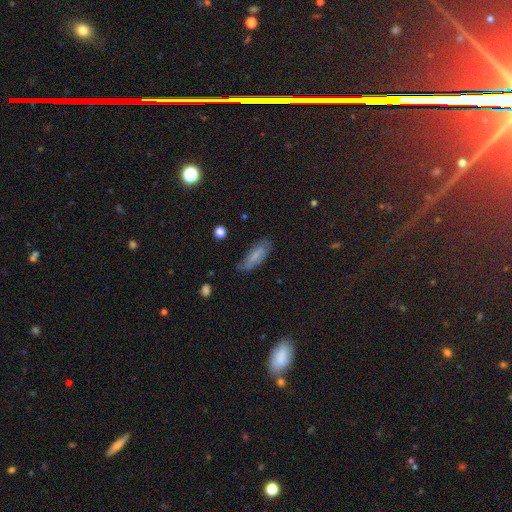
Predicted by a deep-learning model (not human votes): Smooth or featured? Predicted: smooth (p=0.65). How rounded? Predicted: in between (p=0.60). Merging? Predicted: none (p=0.71).